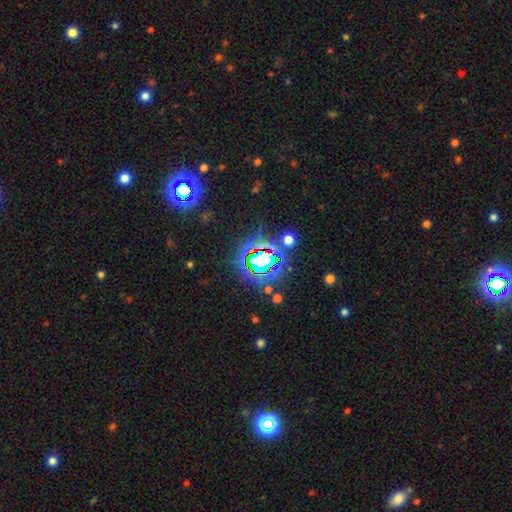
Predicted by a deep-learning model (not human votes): This is likely a star or artifact rather than a galaxy (71%).